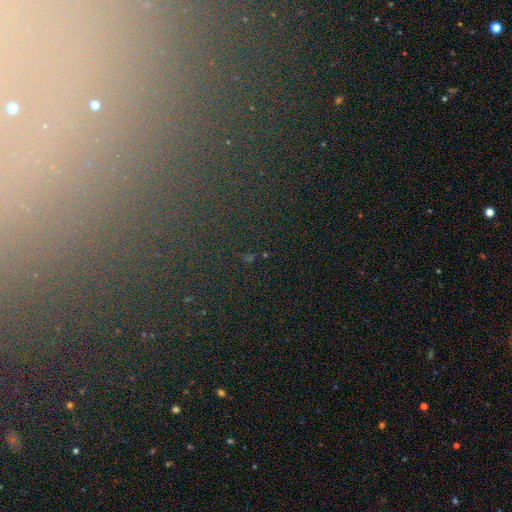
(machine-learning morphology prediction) smooth-or-featured: star or artifact: 67% | smooth: 18% | featured or disk: 15%